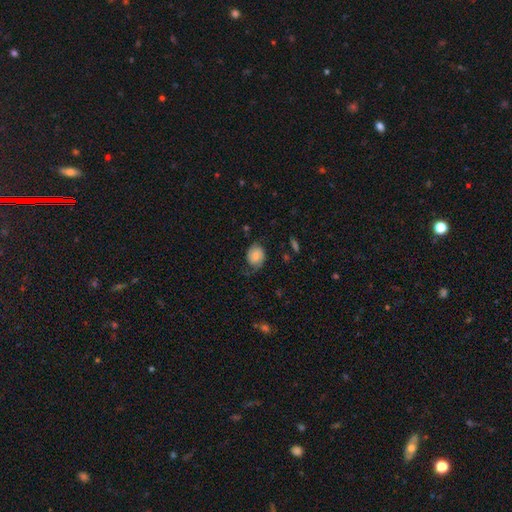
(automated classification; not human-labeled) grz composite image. It shows a featured or disk galaxy (46%, tied with smooth). Merging: none (53%).